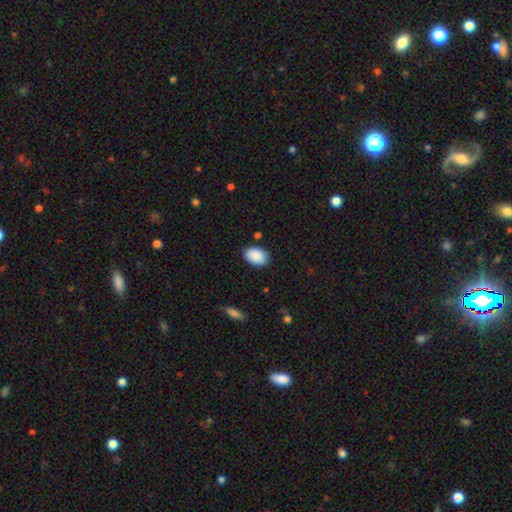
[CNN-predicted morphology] Smooth or featured? smooth (90%)
How rounded? in between (87%)
Merging? none (86%)